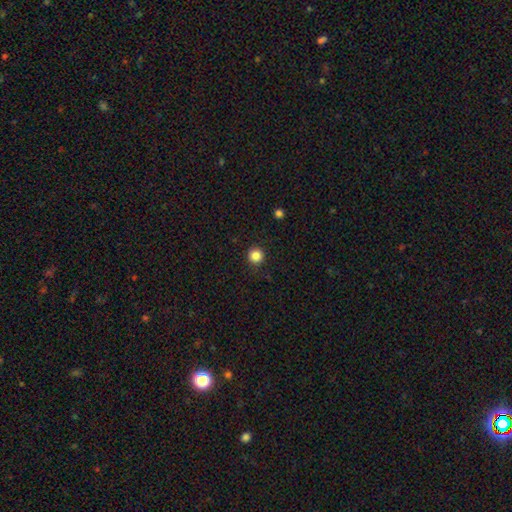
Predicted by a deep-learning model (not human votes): This appears to be a smooth galaxy with no disk features (85%) that is round (96%). Merging: none (92%).